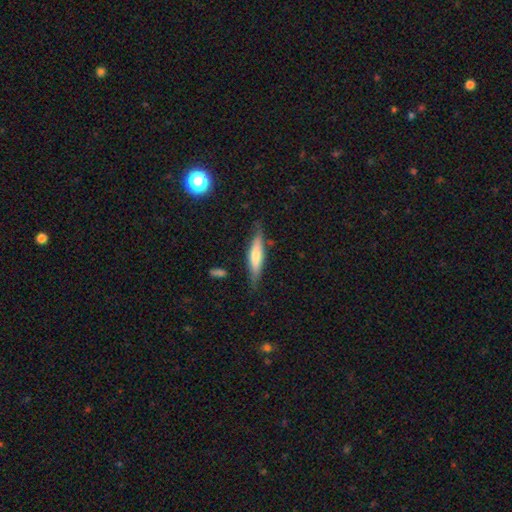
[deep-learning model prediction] smooth_or_featured: smooth (p=0.53) [alt: featured or disk p=0.41]
how_rounded: cigar-shaped (p=0.81) [alt: in between p=0.18]
merging: none (p=0.78) [alt: minor disturbance p=0.16]